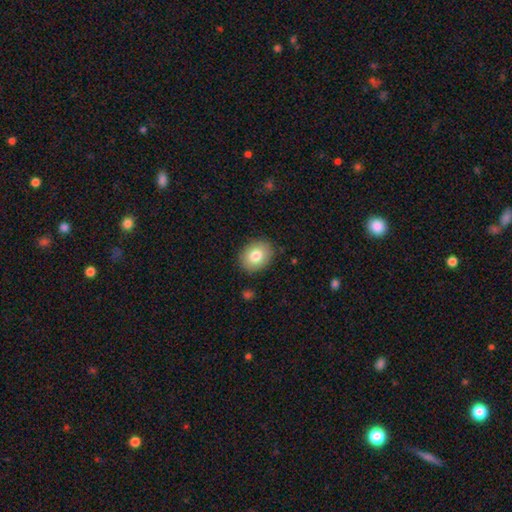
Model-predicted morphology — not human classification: Overall: smooth (80%). How rounded: in between (60%; round 39%). Merging: none (87%).